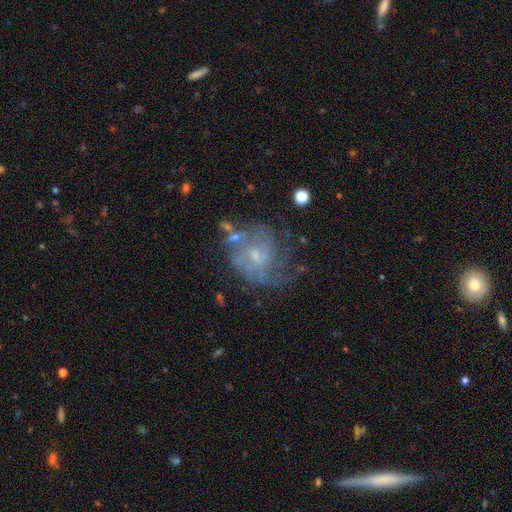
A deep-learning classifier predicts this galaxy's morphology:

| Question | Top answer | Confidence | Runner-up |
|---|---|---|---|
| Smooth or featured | featured or disk | 74% | smooth (16%) |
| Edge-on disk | no | 98% | yes (2%) |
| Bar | no | 63% | weak (33%) |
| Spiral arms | yes | 83% | no (17%) |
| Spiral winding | tight | 43% | medium (40%) |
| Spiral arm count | can't tell | 45% | 2 (20%) |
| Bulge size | small | 66% | moderate (25%) |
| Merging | none | 58% | minor disturbance (21%) |